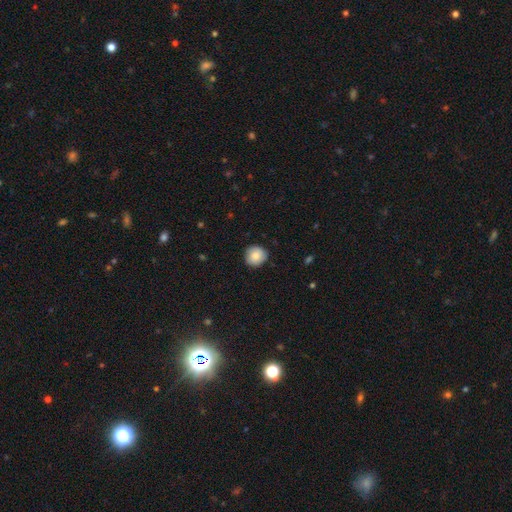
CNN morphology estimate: Smooth or featured?
  - smooth: 83% *
  - featured or disk: 10%
  - star or artifact: 7%
How rounded?
  - round: 91% *
  - in between: 8%
  - cigar-shaped: 1%
Merging?
  - none: 86% *
  - minor disturbance: 11%
  - major disturbance: 2%
  - merger: 1%